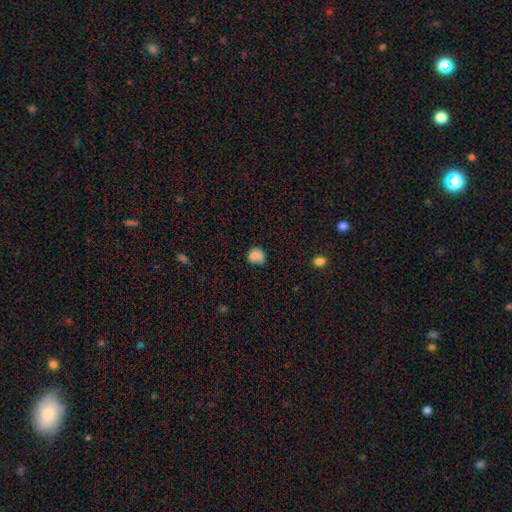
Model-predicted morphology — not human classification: A smooth galaxy with no disk features (73%) that is round (69%). Merging: none (48%).